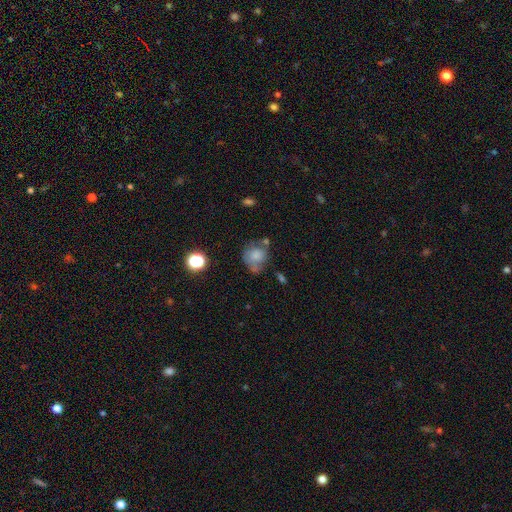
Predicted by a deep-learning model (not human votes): The model was most divided on "merging": none: 42%, minor disturbance: 28%, major disturbance: 18%, merger: 13%. More confident: how rounded — round (68%); smooth or featured — smooth (64%).